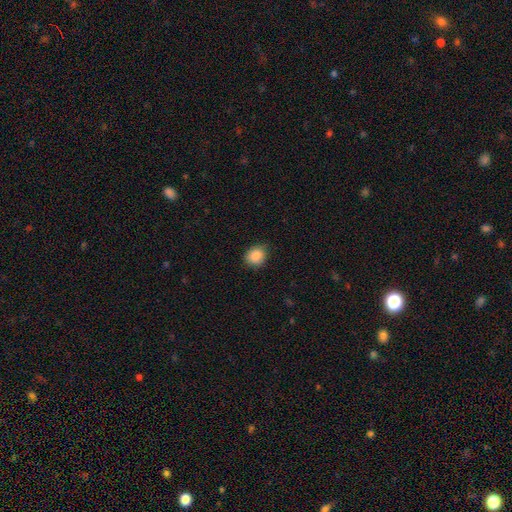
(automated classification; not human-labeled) smooth_or_featured: smooth (p=0.86) [alt: star or artifact p=0.09]
how_rounded: round (p=0.70) [alt: in between p=0.29]
merging: none (p=0.82) [alt: minor disturbance p=0.14]